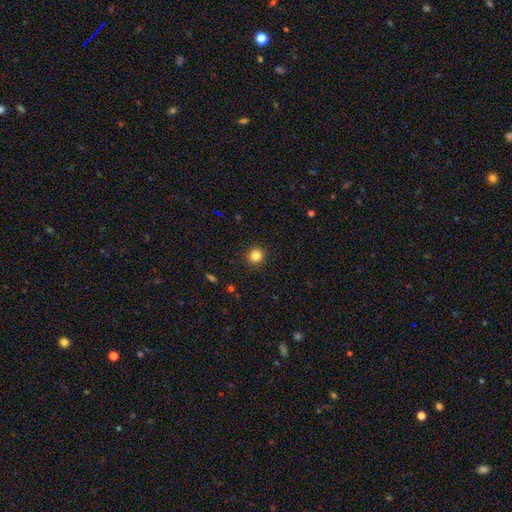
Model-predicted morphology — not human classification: type=smooth (83%); roundness=round (93%); merging=none (92%).